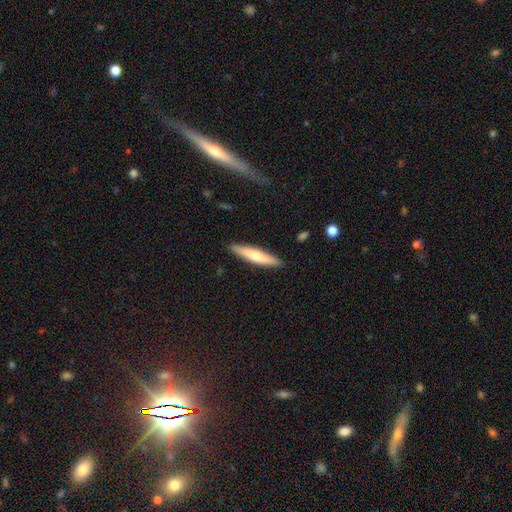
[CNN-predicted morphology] type=smooth (63%); roundness=cigar-shaped (87%); merging=none (90%).